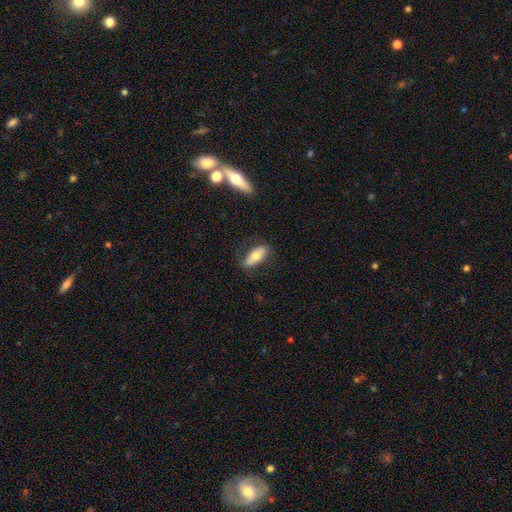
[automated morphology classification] smooth_or_featured: smooth (p=0.69) [alt: featured or disk p=0.25]
how_rounded: in between (p=0.81) [alt: cigar-shaped p=0.16]
merging: none (p=0.72) [alt: minor disturbance p=0.18]